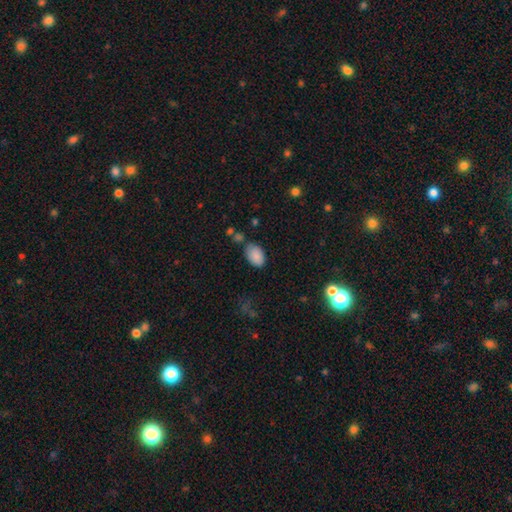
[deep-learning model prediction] smooth-or-featured: smooth: 87% | star or artifact: 8% | featured or disk: 5%
  how-rounded: in between: 92% | round: 7% | cigar-shaped: 1%
  merging: none: 68% | minor disturbance: 21% | merger: 6% | major disturbance: 5%